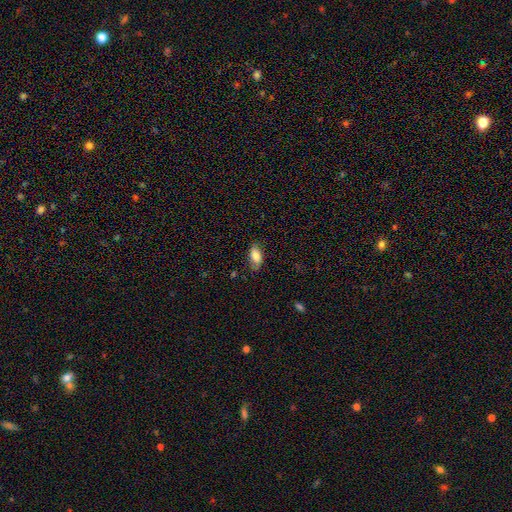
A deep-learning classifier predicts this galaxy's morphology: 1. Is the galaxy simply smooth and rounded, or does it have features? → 81% smooth, 11% featured or disk, 7% star or artifact.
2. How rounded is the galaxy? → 88% in between, 9% cigar-shaped, 3% round.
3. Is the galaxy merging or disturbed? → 72% none, 22% minor disturbance, 5% major disturbance, 1% merger.